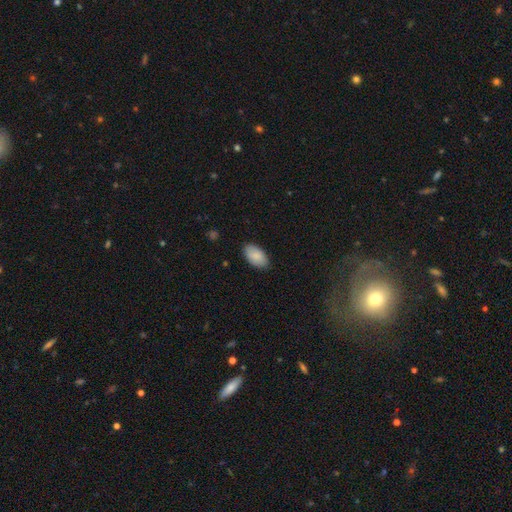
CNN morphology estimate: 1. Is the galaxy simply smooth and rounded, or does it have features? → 88% smooth, 6% star or artifact, 6% featured or disk.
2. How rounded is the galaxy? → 95% in between, 4% round, 1% cigar-shaped.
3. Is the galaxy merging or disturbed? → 85% none, 12% minor disturbance, 2% major disturbance, 1% merger.